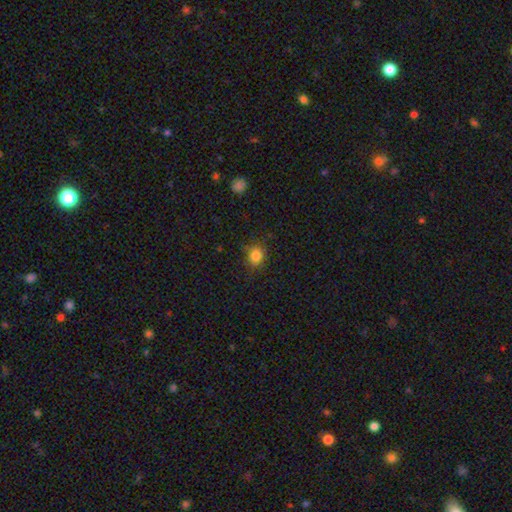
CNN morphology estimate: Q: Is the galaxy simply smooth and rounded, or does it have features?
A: smooth — 82%.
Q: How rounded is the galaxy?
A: round — 69%.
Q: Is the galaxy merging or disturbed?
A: none — 78%.